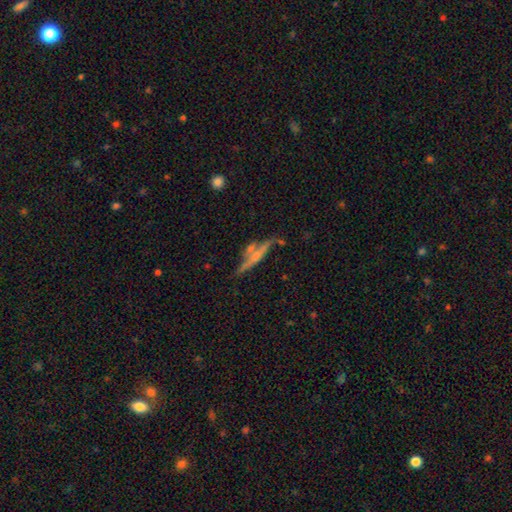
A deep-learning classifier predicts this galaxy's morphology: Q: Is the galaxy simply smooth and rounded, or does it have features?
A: featured or disk — 65%.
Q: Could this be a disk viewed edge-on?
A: yes — 92%.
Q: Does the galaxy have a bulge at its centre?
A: rounded — 62%.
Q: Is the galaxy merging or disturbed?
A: none — 63%.